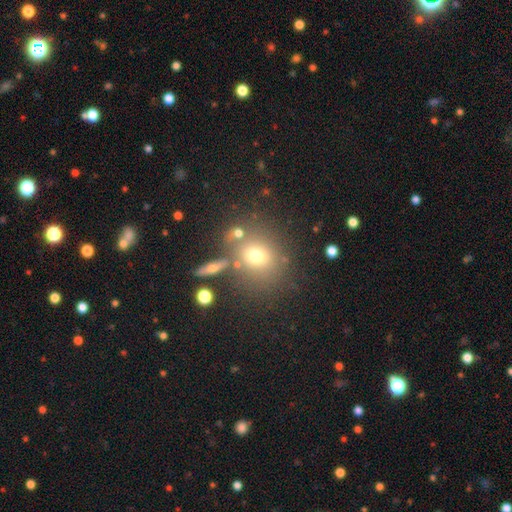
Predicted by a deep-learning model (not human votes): Smooth or featured? smooth (67%)
How rounded? round (68%)
Merging? none (68%)